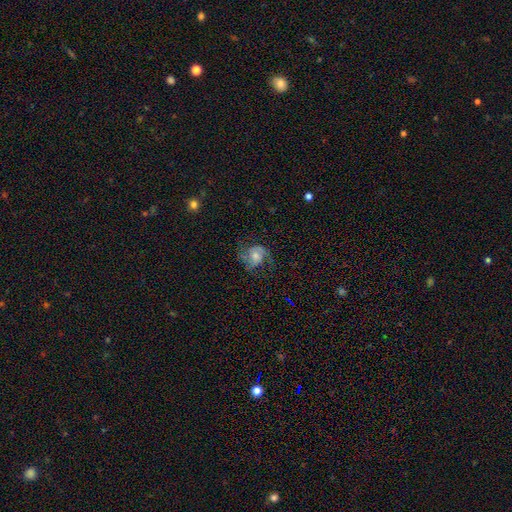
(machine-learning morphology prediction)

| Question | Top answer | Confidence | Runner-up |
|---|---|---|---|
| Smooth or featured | featured or disk | 70% | smooth (21%) |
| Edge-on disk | no | 98% | yes (2%) |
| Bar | no | 67% | weak (27%) |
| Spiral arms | yes | 92% | no (8%) |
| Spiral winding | medium | 50% | loose (31%) |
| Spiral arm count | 2 | 82% | can't tell (7%) |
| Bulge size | moderate | 45% | small (33%) |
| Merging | none | 64% | minor disturbance (19%) |